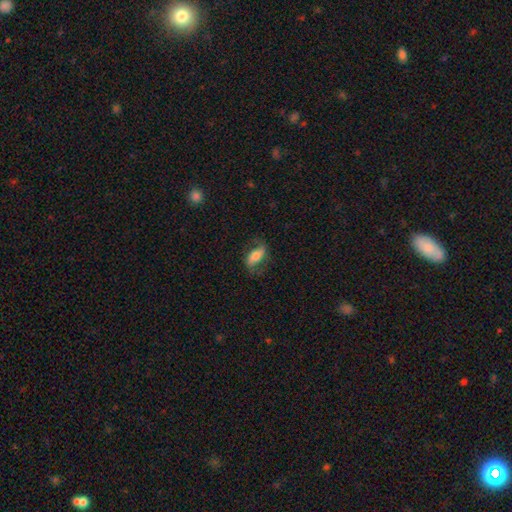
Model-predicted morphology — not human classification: type=smooth (49%); merging=none (67%).